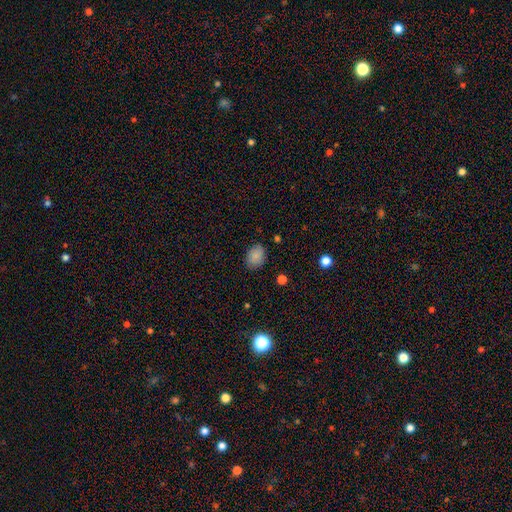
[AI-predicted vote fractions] Overall: smooth (85%). How rounded: in between (69%; round 30%). Merging: none (81%).